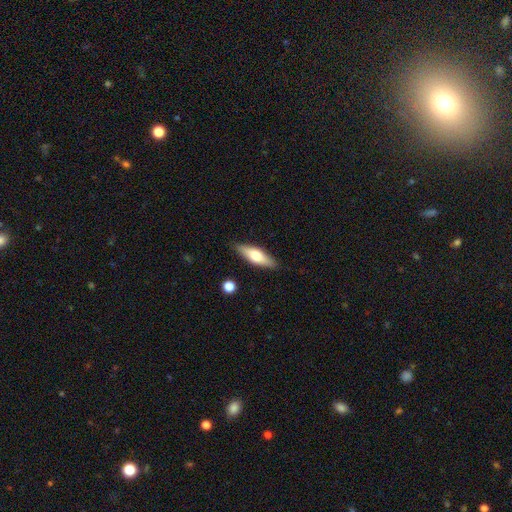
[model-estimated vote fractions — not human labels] This is possibly a smooth galaxy (59%). How rounded: possibly in between (51%). Merging: clearly none (86%).